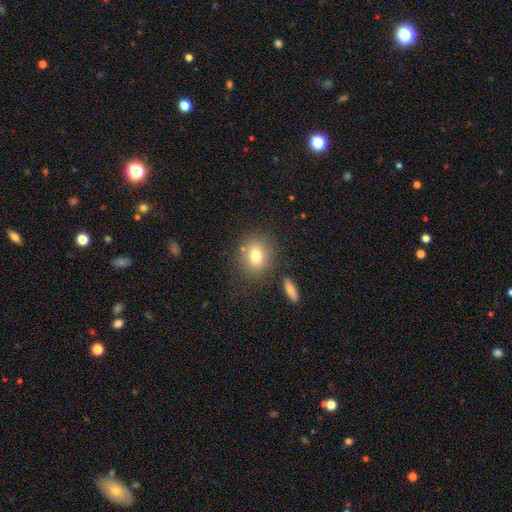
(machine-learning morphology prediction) type=smooth (77%); roundness=round (65%); merging=none (77%).